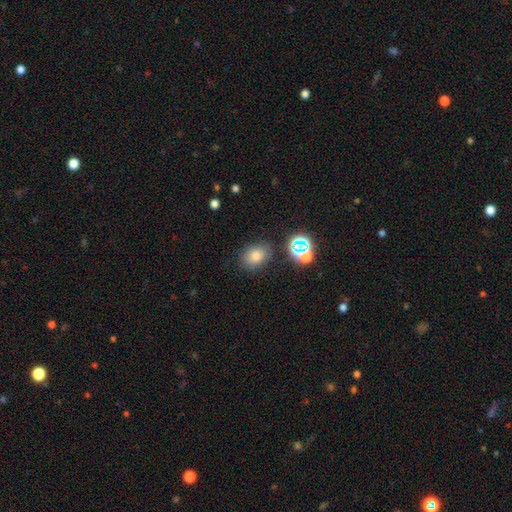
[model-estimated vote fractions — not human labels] smooth 72%, star or artifact 18%, featured or disk 10%. Down the decision tree: how rounded — in between (60%); merging — none (81%).